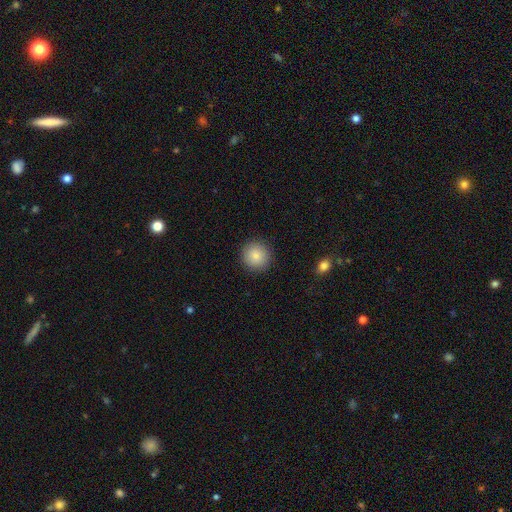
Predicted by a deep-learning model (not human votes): This is clearly a smooth galaxy (85%). How rounded: clearly round (94%). Merging: clearly none (91%).